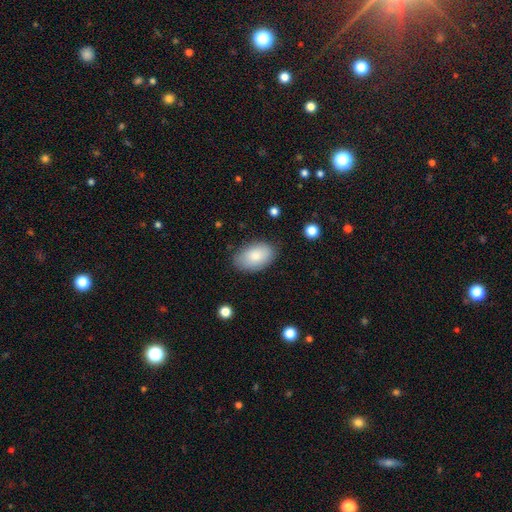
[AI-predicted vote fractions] smooth 82%, featured or disk 12%, star or artifact 6%. Down the decision tree: how rounded — in between (93%); merging — none (81%).